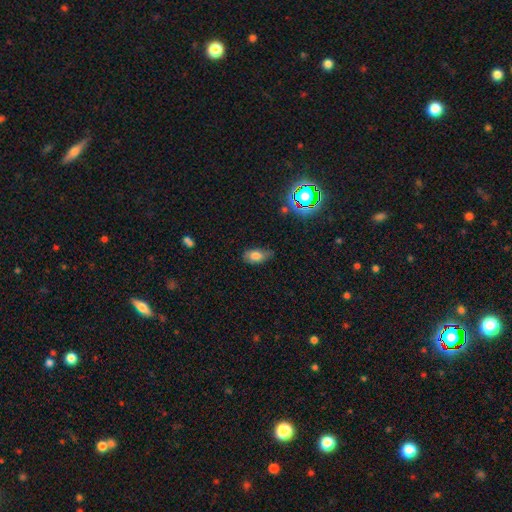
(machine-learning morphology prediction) The model was most divided on "merging": none: 59%, minor disturbance: 32%, major disturbance: 7%, merger: 2%. More confident: how rounded — in between (90%); smooth or featured — smooth (74%).